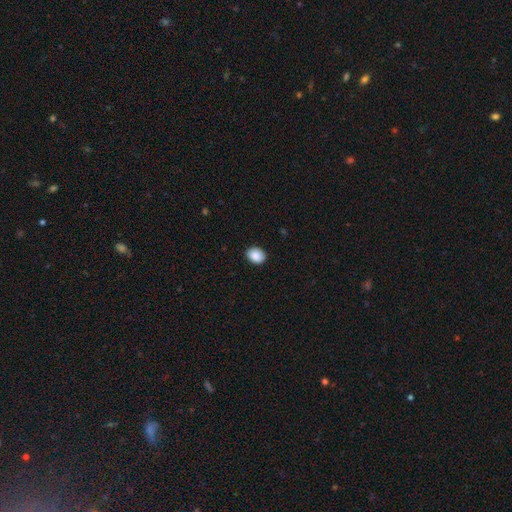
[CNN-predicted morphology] Smooth or featured?
  - smooth: 89% *
  - star or artifact: 7%
  - featured or disk: 4%
How rounded?
  - in between: 65% *
  - round: 34%
  - cigar-shaped: 1%
Merging?
  - none: 89% *
  - minor disturbance: 9%
  - major disturbance: 2%
  - merger: 1%